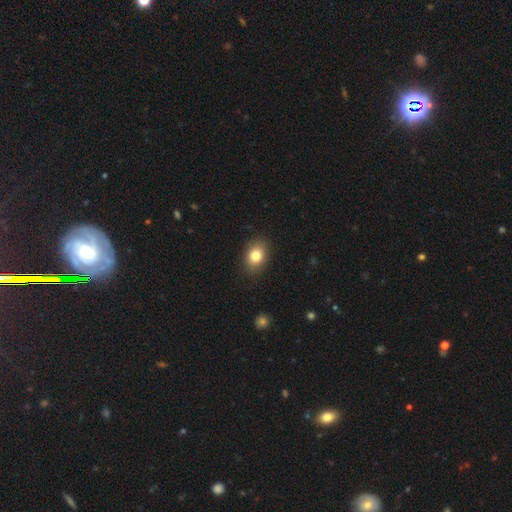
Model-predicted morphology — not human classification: smooth-or-featured: smooth: 82% | star or artifact: 9% | featured or disk: 9%
  how-rounded: in between: 69% | round: 30% | cigar-shaped: 1%
  merging: none: 87% | minor disturbance: 10% | major disturbance: 3% | merger: 1%